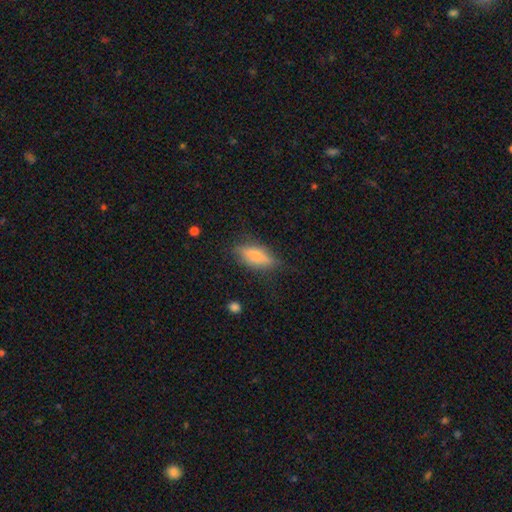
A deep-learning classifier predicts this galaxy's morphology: Smooth or featured?
  - smooth: 66% *
  - featured or disk: 26%
  - star or artifact: 8%
How rounded?
  - in between: 60% *
  - cigar-shaped: 37%
  - round: 3%
Merging?
  - none: 72% *
  - minor disturbance: 20%
  - major disturbance: 6%
  - merger: 2%